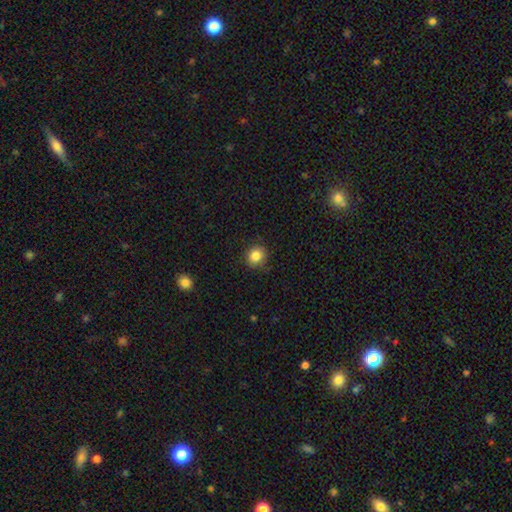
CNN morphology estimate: Smooth or featured? Predicted: smooth (p=0.85). How rounded? Predicted: round (p=0.84). Merging? Predicted: none (p=0.87).